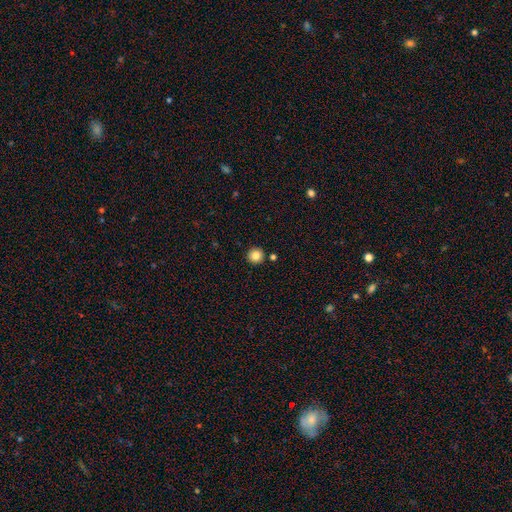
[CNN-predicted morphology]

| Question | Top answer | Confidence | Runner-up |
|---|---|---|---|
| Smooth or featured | smooth | 84% | star or artifact (11%) |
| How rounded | round | 95% | in between (4%) |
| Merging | none | 89% | minor disturbance (5%) |